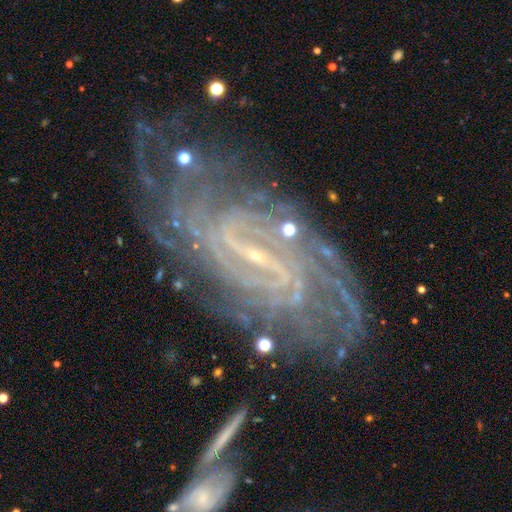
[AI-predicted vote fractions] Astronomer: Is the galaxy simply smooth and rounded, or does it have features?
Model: featured or disk — 87%.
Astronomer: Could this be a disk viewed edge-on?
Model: no — 95%.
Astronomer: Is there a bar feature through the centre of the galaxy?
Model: weak — 47% (runner-up: strong, 31%).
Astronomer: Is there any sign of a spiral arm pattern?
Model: yes — 96%.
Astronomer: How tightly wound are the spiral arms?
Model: tight — 61%.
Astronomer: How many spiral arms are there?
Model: can't tell — 33% (runner-up: 4, 17%).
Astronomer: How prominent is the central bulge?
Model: small — 76%.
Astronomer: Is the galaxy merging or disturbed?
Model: none — 65%.